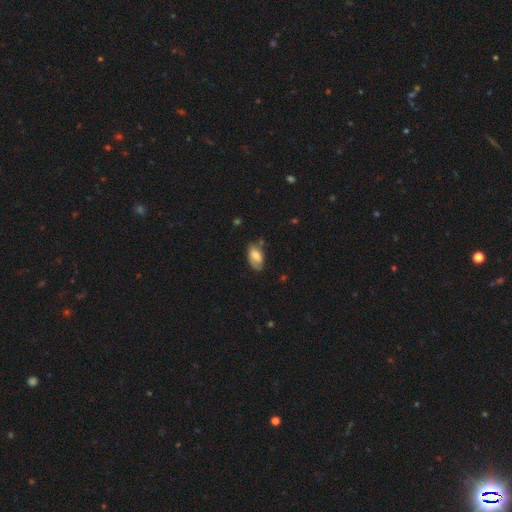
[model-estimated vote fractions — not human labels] Smooth or featured? smooth (67%)
How rounded? in between (93%)
Merging? none (59%)